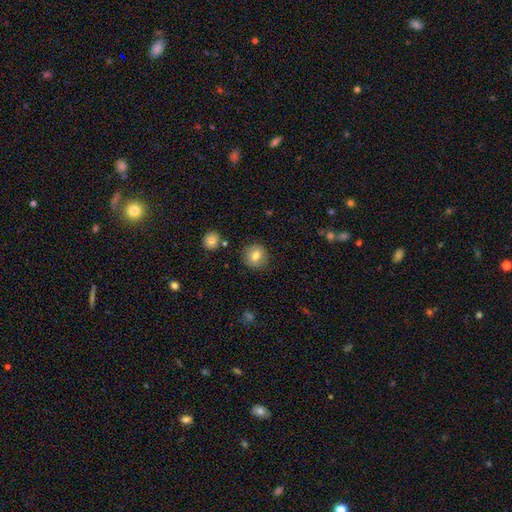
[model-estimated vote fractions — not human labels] Q: Smooth or featured?
A: smooth (79%); runner-up: featured or disk (12%)
Q: How rounded?
A: round (88%); runner-up: in between (11%)
Q: Merging?
A: none (87%); runner-up: minor disturbance (8%)